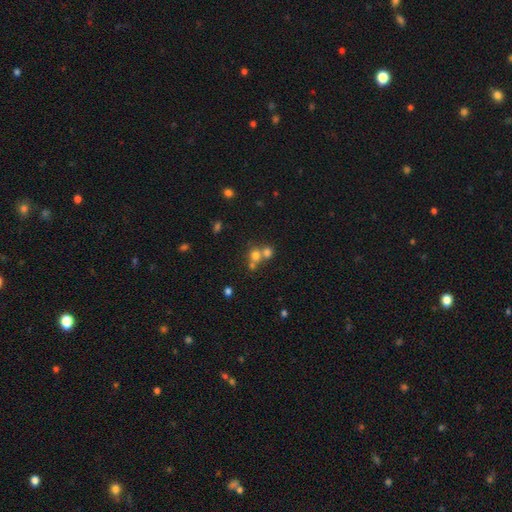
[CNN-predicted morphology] Smooth or featured? smooth (68%)
How rounded? round (82%)
Merging? merger (52%)